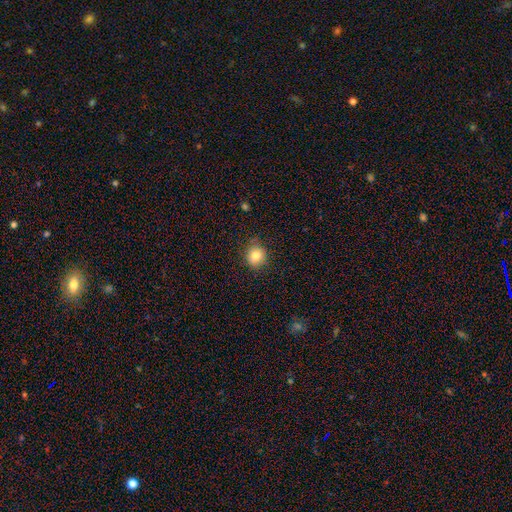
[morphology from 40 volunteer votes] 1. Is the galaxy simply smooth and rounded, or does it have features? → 82% smooth, 12% featured or disk, 5% star or artifact.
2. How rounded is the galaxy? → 91% round, 9% in between, 0% cigar-shaped.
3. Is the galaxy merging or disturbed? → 71% none, 26% minor disturbance, 3% major disturbance, 0% merger.